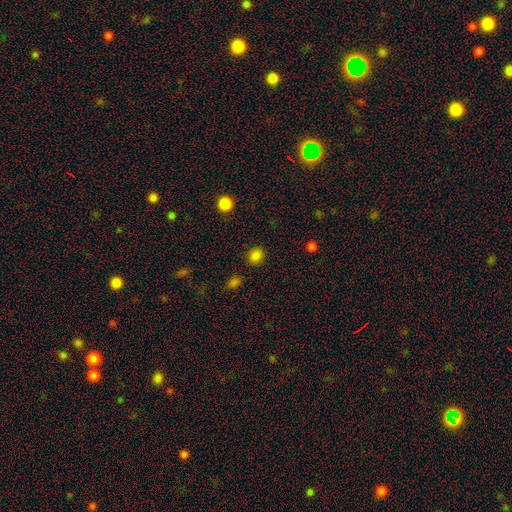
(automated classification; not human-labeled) smooth-or-featured: smooth: 83% | star or artifact: 14% | featured or disk: 3%
  how-rounded: round: 76% | in between: 23% | cigar-shaped: 1%
  merging: none: 89% | minor disturbance: 7% | major disturbance: 2% | merger: 2%